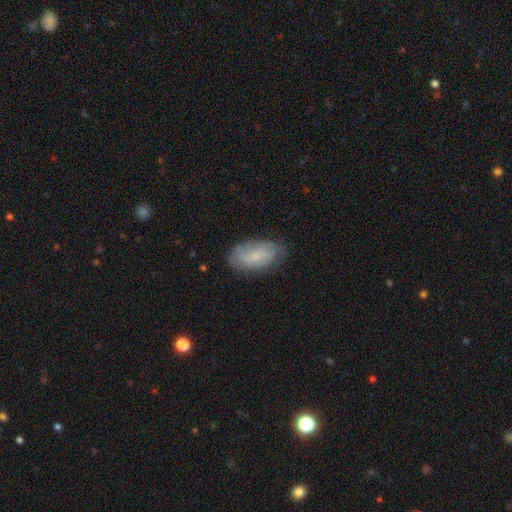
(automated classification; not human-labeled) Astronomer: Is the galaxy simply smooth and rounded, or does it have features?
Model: smooth — 51% (runner-up: featured or disk, 40%).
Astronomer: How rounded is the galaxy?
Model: in between — 92%.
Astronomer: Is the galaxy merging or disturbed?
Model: none — 72%.